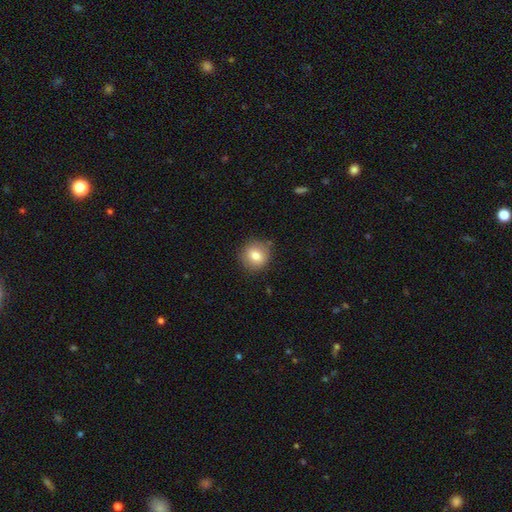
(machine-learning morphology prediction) Smooth or featured? Predicted: smooth (p=0.79). How rounded? Predicted: round (p=0.87). Merging? Predicted: none (p=0.85).